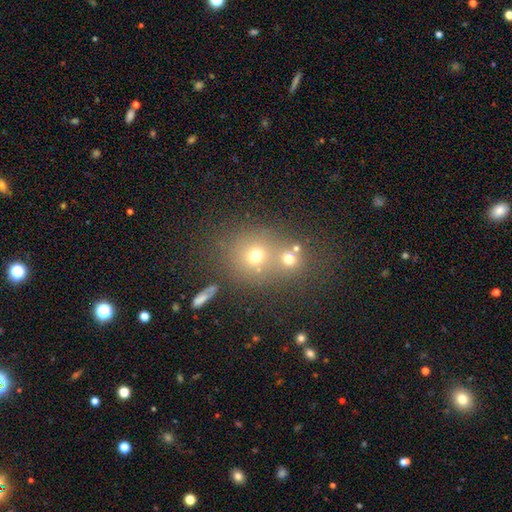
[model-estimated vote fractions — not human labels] The model was most divided on "merging": none: 51%, merger: 36%, minor disturbance: 9%, major disturbance: 5%. More confident: how rounded — round (81%); smooth or featured — smooth (65%).